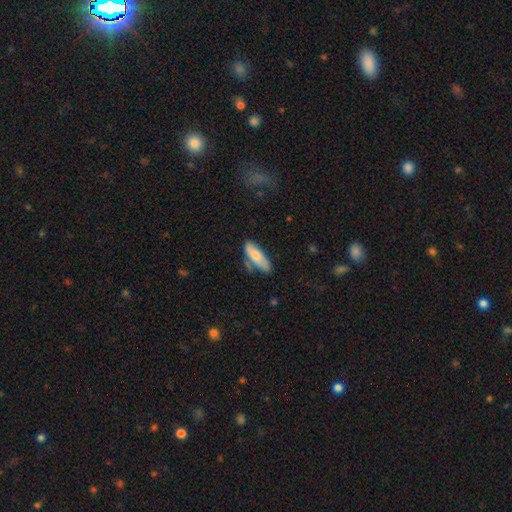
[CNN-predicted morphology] This appears to be a smooth galaxy with no disk features (73%) that is in between round and cigar-shaped (62%). Merging: none (58%).